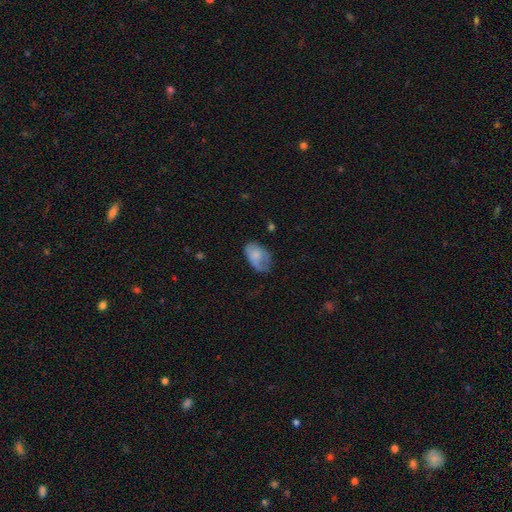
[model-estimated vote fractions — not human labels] Smooth or featured: smooth — 73% (featured or disk — 20%)
How rounded: in between — 88% (round — 10%)
Merging: none — 41% (minor disturbance — 36%)